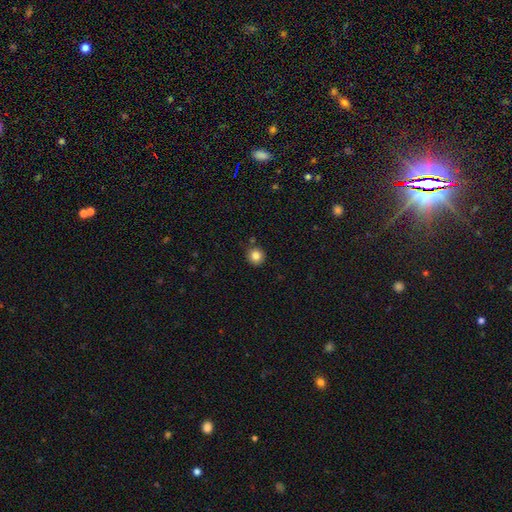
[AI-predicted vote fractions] Smooth or featured? Predicted: smooth (p=0.83). How rounded? Predicted: round (p=0.94). Merging? Predicted: none (p=0.86).